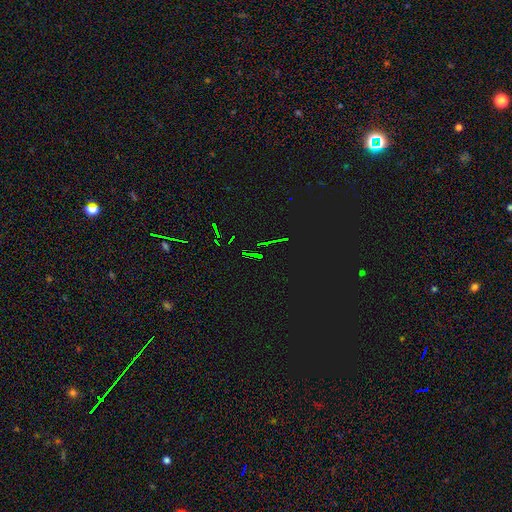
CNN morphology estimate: This appears to be a star or artifact, not a galaxy (83%).